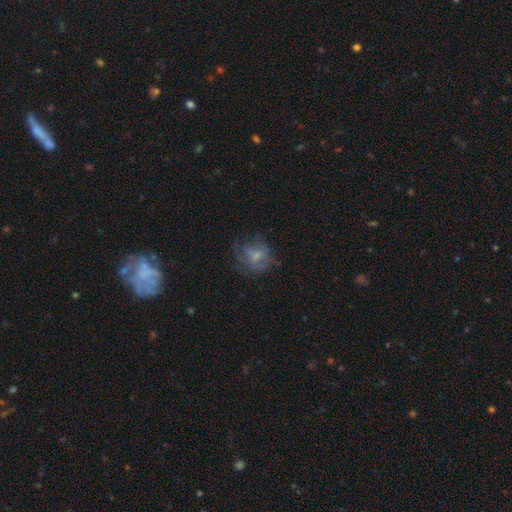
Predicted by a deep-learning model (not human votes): Smooth or featured: smooth — 45% (featured or disk — 43%)
Merging: none — 48% (major disturbance — 27%)